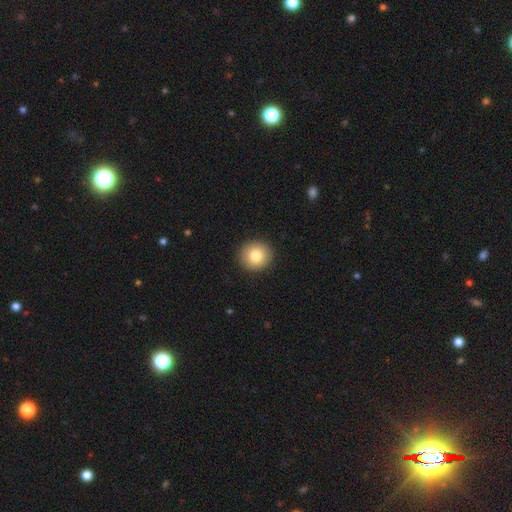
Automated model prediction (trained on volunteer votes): Smooth or featured?
  - smooth: 82% *
  - featured or disk: 9%
  - star or artifact: 8%
How rounded?
  - round: 91% *
  - in between: 8%
  - cigar-shaped: 1%
Merging?
  - none: 92% *
  - minor disturbance: 5%
  - major disturbance: 2%
  - merger: 1%